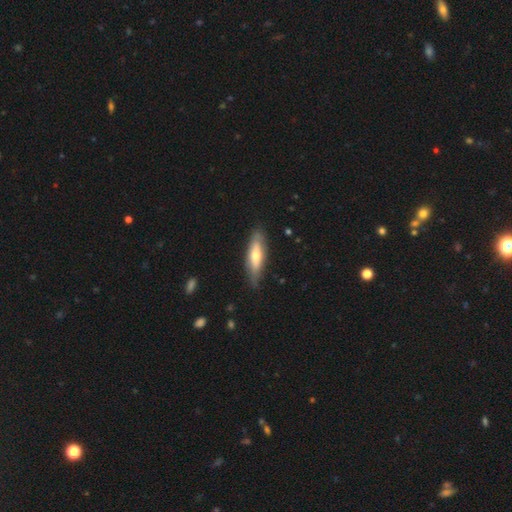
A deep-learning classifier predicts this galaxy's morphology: smooth-or-featured: smooth: 54% | featured or disk: 40% | star or artifact: 5%
  how-rounded: cigar-shaped: 54% | in between: 44% | round: 2%
  merging: none: 79% | minor disturbance: 17% | major disturbance: 3% | merger: 1%